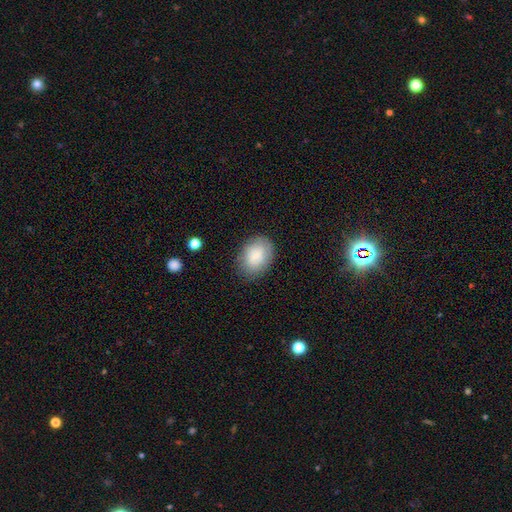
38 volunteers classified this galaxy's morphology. Smooth or featured: smooth — 92% (star or artifact — 5%)
How rounded: in between — 83% (round — 14%)
Merging: none — 92% (minor disturbance — 8%)